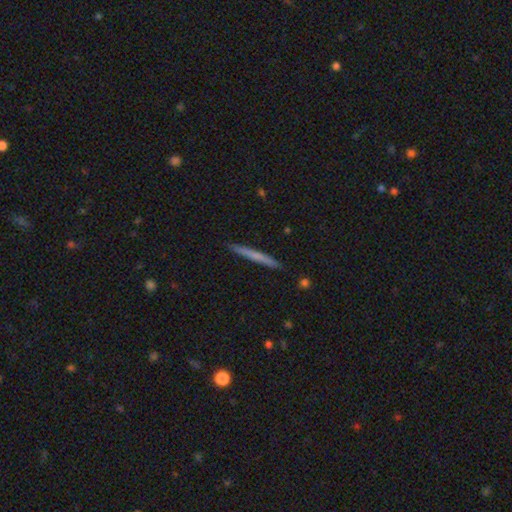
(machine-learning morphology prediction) smooth 59%, featured or disk 36%, star or artifact 6%. Down the decision tree: how rounded — cigar-shaped (97%); merging — none (92%).